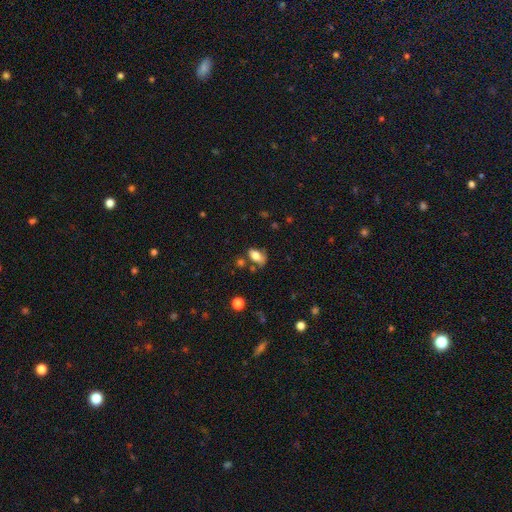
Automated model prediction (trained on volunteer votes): A smooth galaxy with no disk features (78%) that is in between round and cigar-shaped (88%). Merging: none (52%).